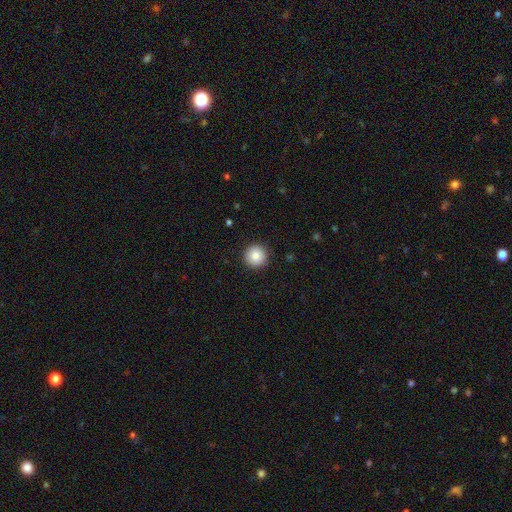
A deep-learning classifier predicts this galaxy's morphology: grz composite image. It shows a smooth galaxy with no disk features (85%) that is round (96%). Merging: none (93%).